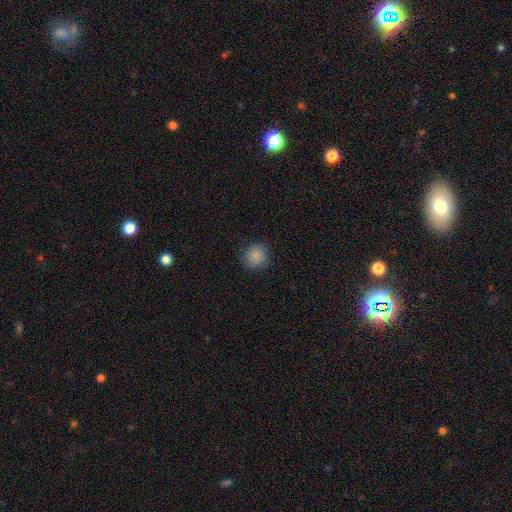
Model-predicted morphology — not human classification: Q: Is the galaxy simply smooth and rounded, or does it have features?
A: smooth — 87%.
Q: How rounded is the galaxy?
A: round — 90%.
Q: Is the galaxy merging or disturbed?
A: none — 88%.